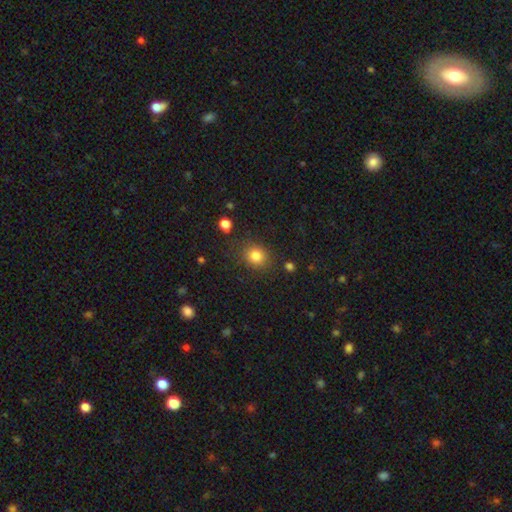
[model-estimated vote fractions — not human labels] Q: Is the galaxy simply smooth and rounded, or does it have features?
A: smooth — 82%.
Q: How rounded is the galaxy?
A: round — 73%.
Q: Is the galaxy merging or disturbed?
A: none — 82%.